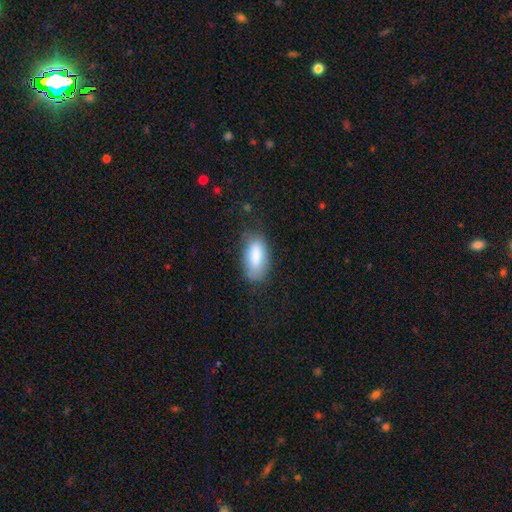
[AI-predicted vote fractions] Overall: smooth (86%). How rounded: in between (91%). Merging: none (73%).